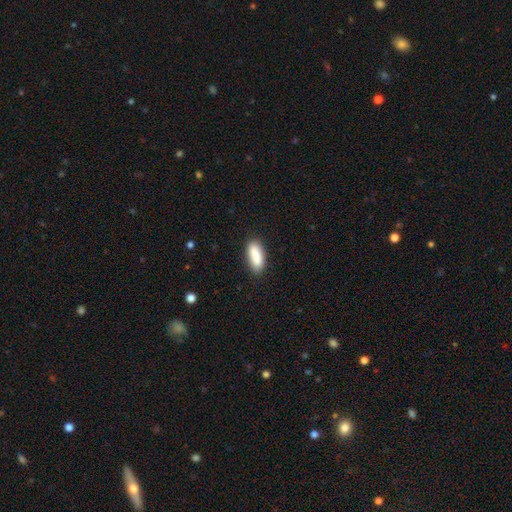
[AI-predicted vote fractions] This is clearly a smooth galaxy (87%). How rounded: likely in between (70%). Merging: clearly none (83%).